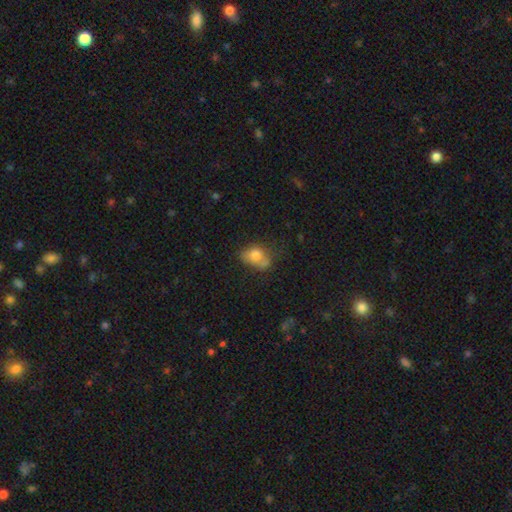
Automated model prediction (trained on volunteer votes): A smooth galaxy with no disk features (73%) that is in between round and cigar-shaped (67%).

Vote fractions:
- Smooth or featured? smooth: 73% / featured or disk: 17% / star or artifact: 10%
- How rounded? in between: 67% / round: 31% / cigar-shaped: 2%
- Merging? none: 40% / minor disturbance: 30% / major disturbance: 17% / merger: 13%